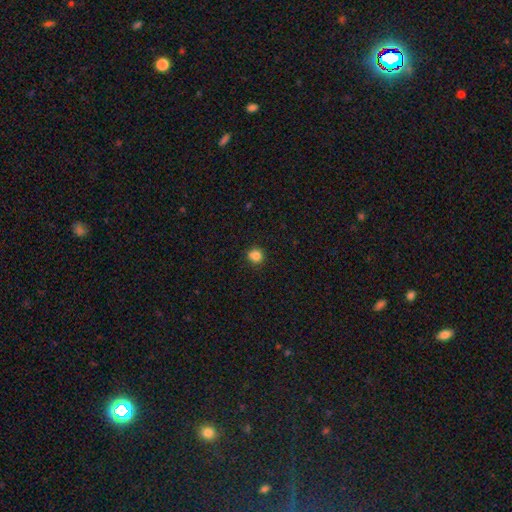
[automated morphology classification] smooth-or-featured: smooth: 83% | star or artifact: 12% | featured or disk: 5%
  how-rounded: round: 85% | in between: 14% | cigar-shaped: 1%
  merging: none: 76% | minor disturbance: 15% | merger: 6% | major disturbance: 3%